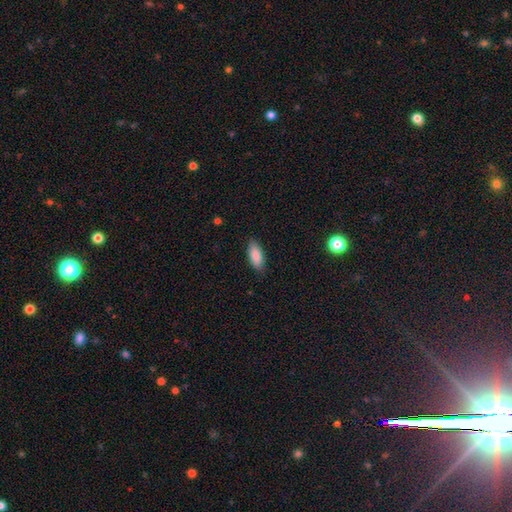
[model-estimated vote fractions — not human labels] A smooth galaxy with no disk features (87%) that is in between round and cigar-shaped (81%).

Vote fractions:
- Smooth or featured? smooth: 87% / featured or disk: 7% / star or artifact: 6%
- How rounded? in between: 81% / cigar-shaped: 17% / round: 2%
- Merging? none: 86% / minor disturbance: 11% / major disturbance: 2% / merger: 1%